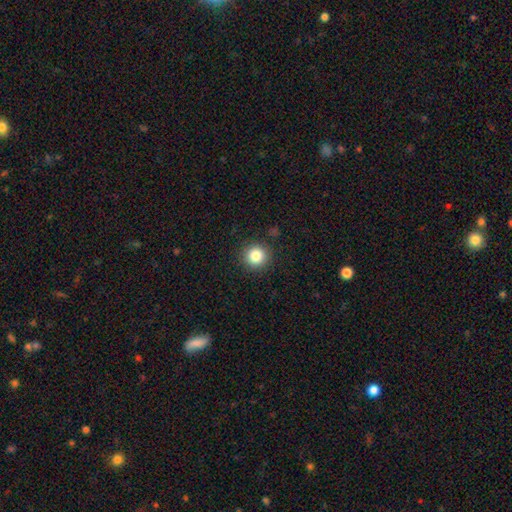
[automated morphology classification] A smooth galaxy with no disk features (84%) that is round (95%).

Vote fractions:
- Smooth or featured? smooth: 84% / star or artifact: 10% / featured or disk: 5%
- How rounded? round: 95% / in between: 4% / cigar-shaped: 1%
- Merging? none: 91% / minor disturbance: 6% / major disturbance: 2% / merger: 1%